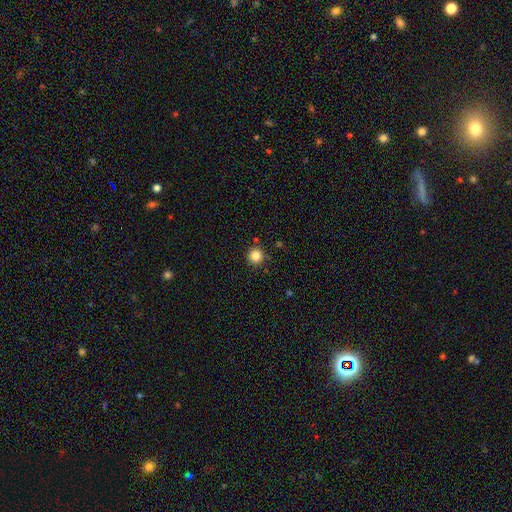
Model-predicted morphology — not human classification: A smooth galaxy with no disk features (84%) that is round (95%).

Vote fractions:
- Smooth or featured? smooth: 84% / star or artifact: 12% / featured or disk: 4%
- How rounded? round: 95% / in between: 4% / cigar-shaped: 1%
- Merging? none: 88% / minor disturbance: 7% / merger: 2% / major disturbance: 2%